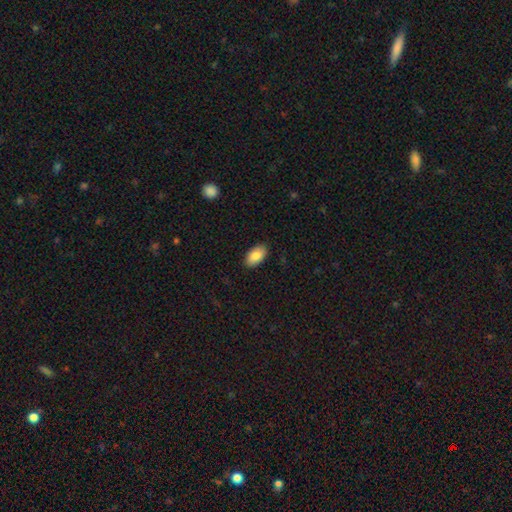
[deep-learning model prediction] A smooth galaxy with no disk features (86%) that is in between round and cigar-shaped (95%).

Vote fractions:
- Smooth or featured? smooth: 86% / featured or disk: 7% / star or artifact: 7%
- How rounded? in between: 95% / round: 4% / cigar-shaped: 2%
- Merging? none: 89% / minor disturbance: 8% / major disturbance: 2% / merger: 1%